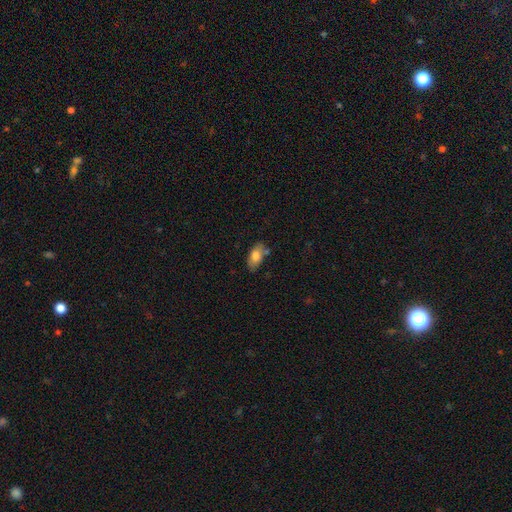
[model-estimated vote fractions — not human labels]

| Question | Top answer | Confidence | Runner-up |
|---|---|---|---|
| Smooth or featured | smooth | 78% | featured or disk (15%) |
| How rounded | in between | 91% | round (5%) |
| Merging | none | 62% | minor disturbance (23%) |